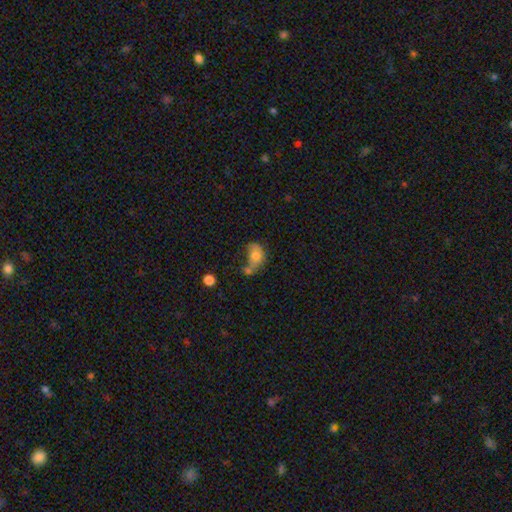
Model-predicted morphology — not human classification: This appears to be a smooth galaxy with no disk features (66%) that is in between round and cigar-shaped (69%). Merging: merger (32%).